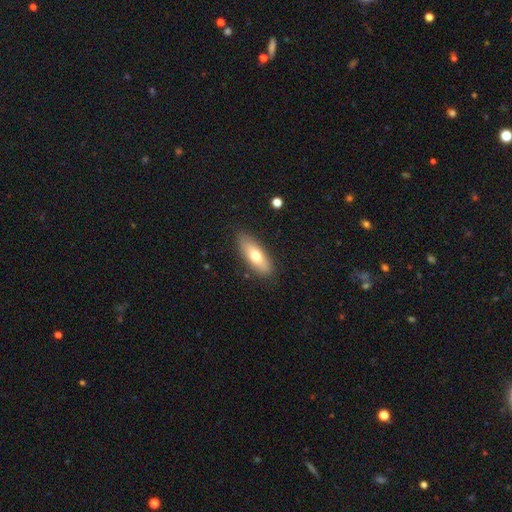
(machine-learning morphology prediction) Overall: smooth (67%). How rounded: in between (69%). Merging: none (84%).